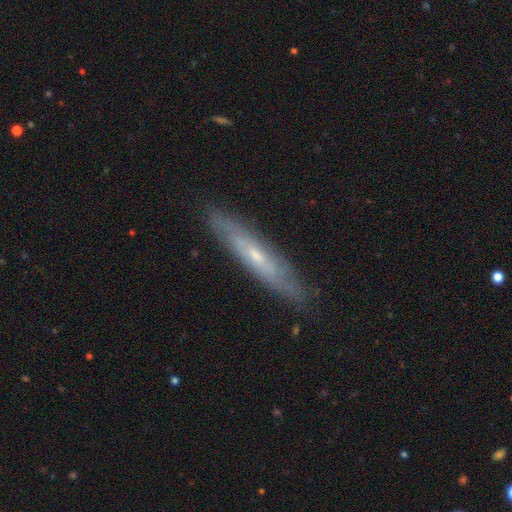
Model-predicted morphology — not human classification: The model was most divided on "edge-on disk": yes: 66%, no: 34%. More confident: merging — none (85%); smooth or featured — featured or disk (65%).